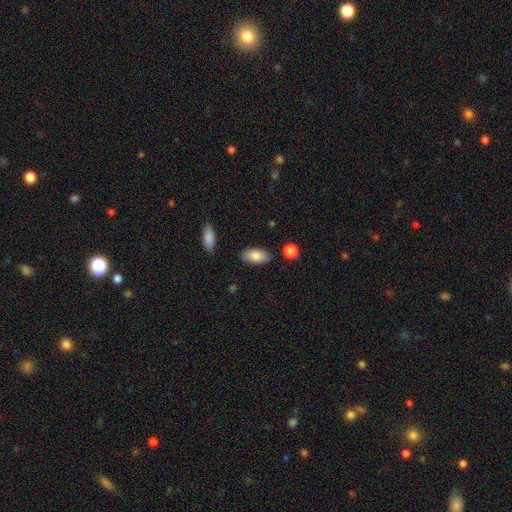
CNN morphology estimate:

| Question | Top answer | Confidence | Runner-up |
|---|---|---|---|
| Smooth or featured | smooth | 85% | featured or disk (8%) |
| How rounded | in between | 94% | cigar-shaped (3%) |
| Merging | none | 84% | minor disturbance (10%) |